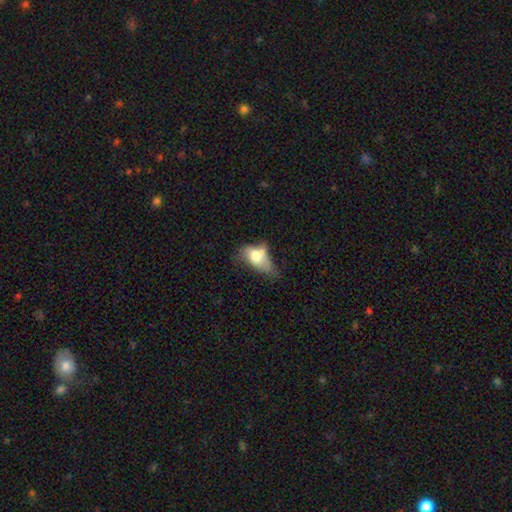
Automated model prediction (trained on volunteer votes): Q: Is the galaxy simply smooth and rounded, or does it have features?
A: smooth — 64%.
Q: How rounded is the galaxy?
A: in between — 84%.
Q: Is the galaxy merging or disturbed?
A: major disturbance — 33%.